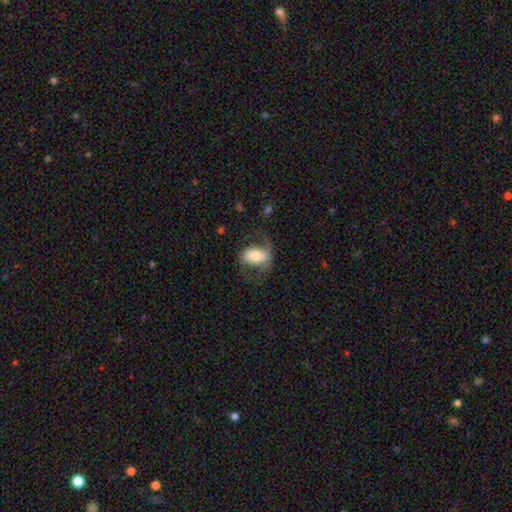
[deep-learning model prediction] featured or disk 53%, smooth 40%, star or artifact 7%. Down the decision tree: edge-on disk — no (93%); merging — none (53%).